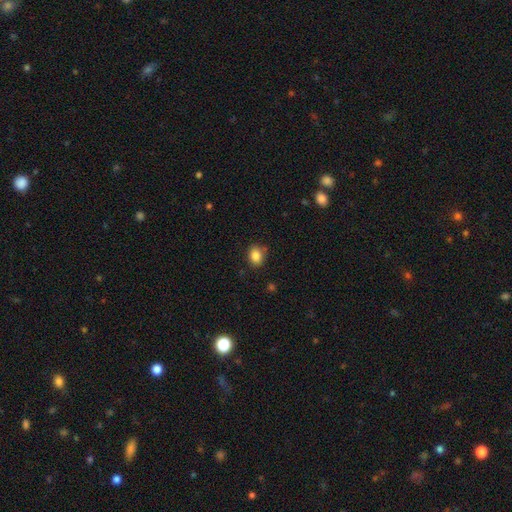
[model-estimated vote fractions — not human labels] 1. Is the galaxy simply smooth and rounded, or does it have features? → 85% smooth, 10% star or artifact, 5% featured or disk.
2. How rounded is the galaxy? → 52% in between, 47% round, 1% cigar-shaped.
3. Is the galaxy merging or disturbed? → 77% none, 17% minor disturbance, 4% major disturbance, 2% merger.